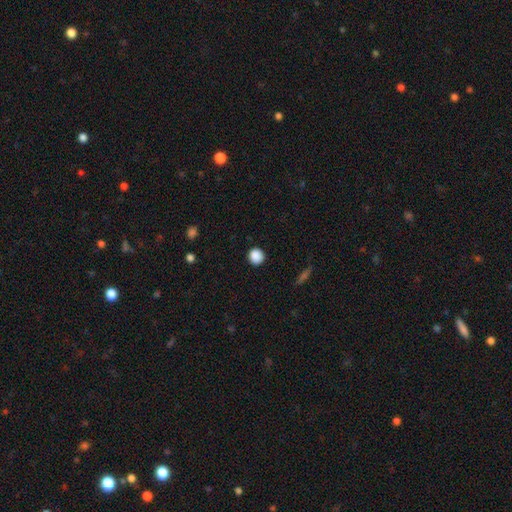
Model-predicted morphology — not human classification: Smooth or featured? smooth (89%)
How rounded? round (91%)
Merging? none (91%)